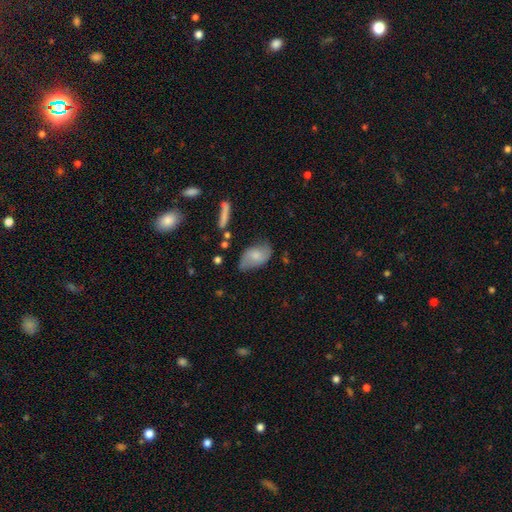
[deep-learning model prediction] Q: Smooth or featured?
A: smooth (56%); runner-up: featured or disk (37%)
Q: How rounded?
A: in between (91%); runner-up: round (6%)
Q: Merging?
A: none (60%); runner-up: minor disturbance (28%)